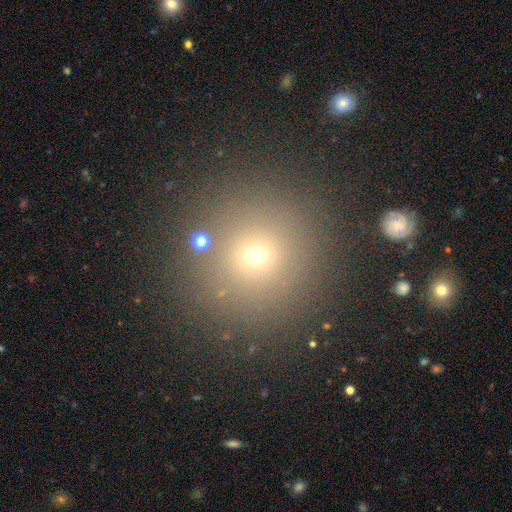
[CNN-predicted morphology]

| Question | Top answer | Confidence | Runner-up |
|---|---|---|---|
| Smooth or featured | smooth | 64% | star or artifact (26%) |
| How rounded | round | 95% | in between (4%) |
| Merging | none | 87% | minor disturbance (7%) |